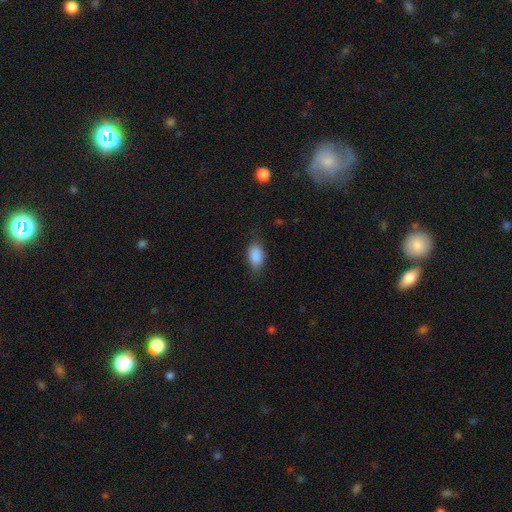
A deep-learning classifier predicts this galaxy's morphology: A smooth galaxy with no disk features (89%) that is in between round and cigar-shaped (91%).

Vote fractions:
- Smooth or featured? smooth: 89% / star or artifact: 7% / featured or disk: 5%
- How rounded? in between: 91% / round: 6% / cigar-shaped: 3%
- Merging? none: 76% / minor disturbance: 18% / major disturbance: 5% / merger: 1%